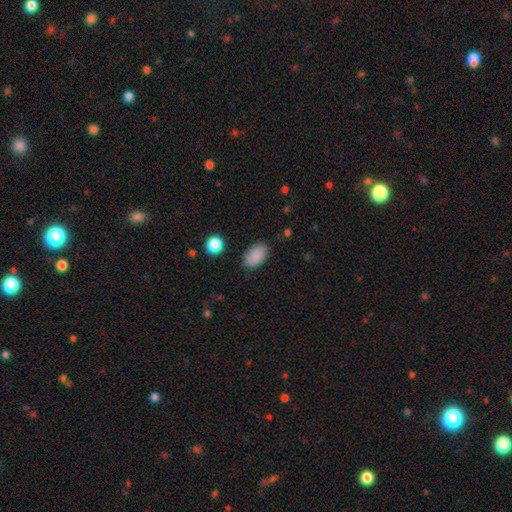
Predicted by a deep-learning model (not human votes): Smooth or featured? smooth (88%)
How rounded? in between (92%)
Merging? none (84%)